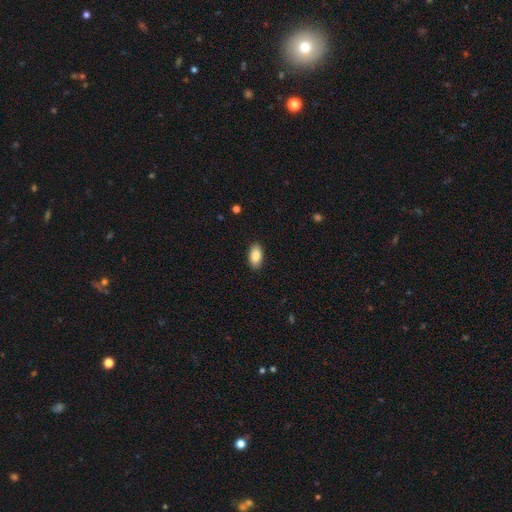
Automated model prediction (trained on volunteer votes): The model was most divided on "smooth or featured": smooth: 86%, featured or disk: 8%, star or artifact: 7%. More confident: how rounded — in between (93%); merging — none (89%).